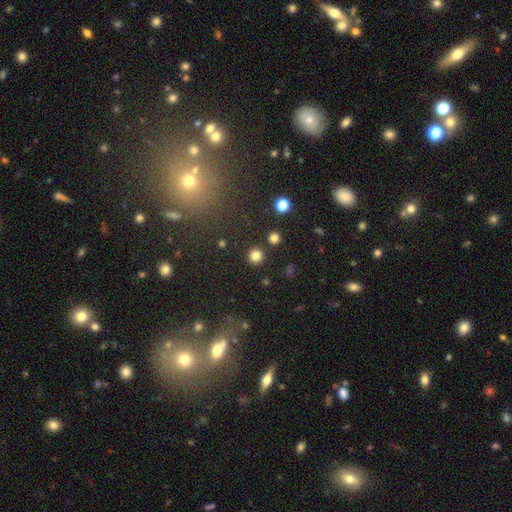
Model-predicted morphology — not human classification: smooth_or_featured: smooth (p=0.82) [alt: star or artifact p=0.13]
how_rounded: round (p=0.94) [alt: in between p=0.05]
merging: none (p=0.91) [alt: minor disturbance p=0.04]